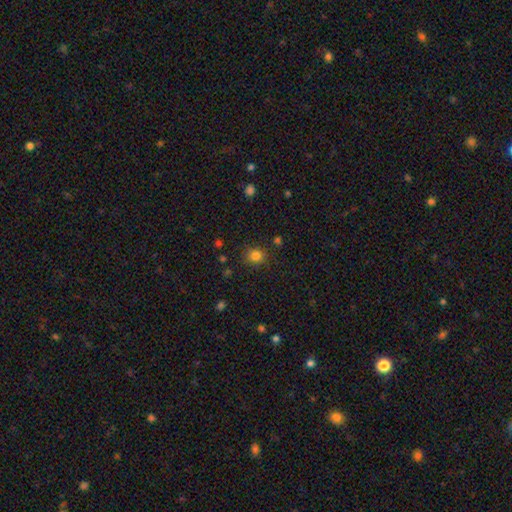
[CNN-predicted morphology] Overall: smooth (81%). How rounded: round (74%). Merging: none (82%).